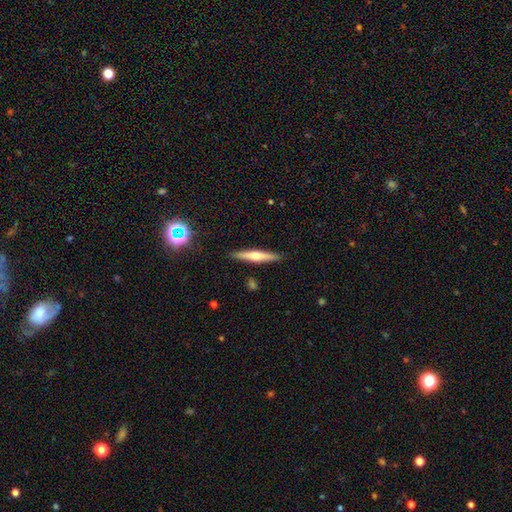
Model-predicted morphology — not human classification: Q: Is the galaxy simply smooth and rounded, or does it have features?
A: featured or disk — 48%.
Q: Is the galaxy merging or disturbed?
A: none — 90%.